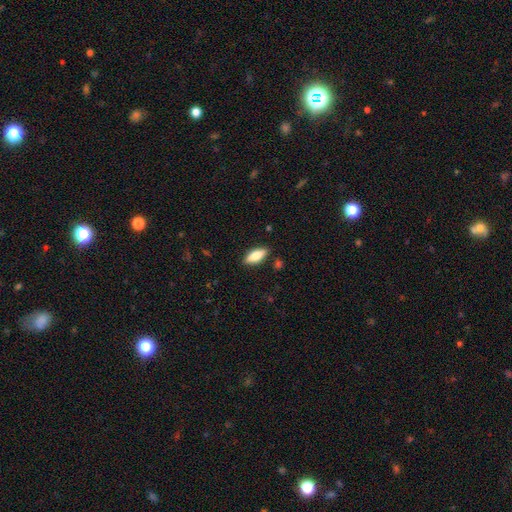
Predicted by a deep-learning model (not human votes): Overall: smooth (72%). How rounded: in between (72%). Merging: none (86%).